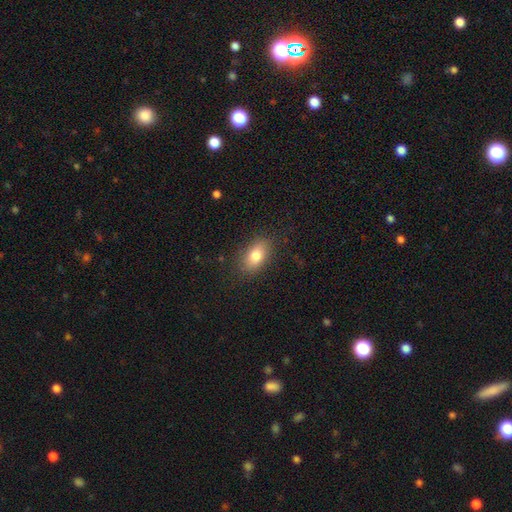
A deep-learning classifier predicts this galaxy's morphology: This is likely a smooth galaxy (80%). How rounded: clearly in between (87%). Merging: clearly none (84%).